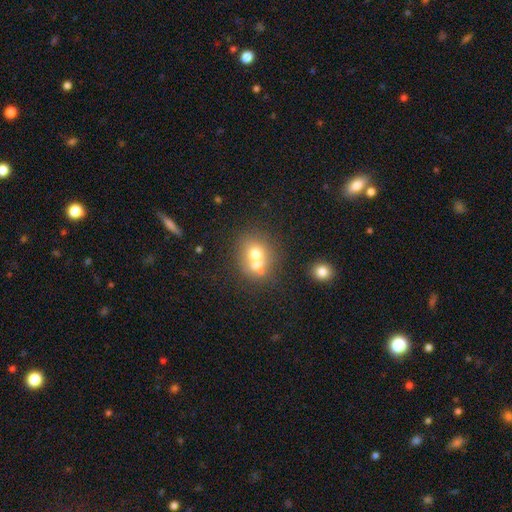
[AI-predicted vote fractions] smooth-or-featured: smooth: 63% | featured or disk: 24% | star or artifact: 14%
  how-rounded: round: 68% | in between: 31% | cigar-shaped: 1%
  merging: merger: 55% | none: 34% | minor disturbance: 8% | major disturbance: 3%